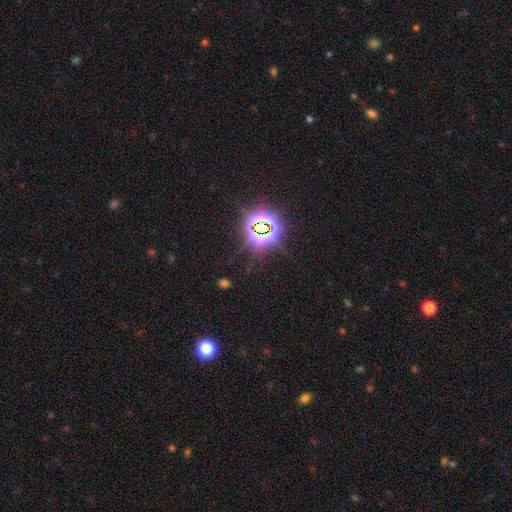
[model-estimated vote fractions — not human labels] A star or artifact, not a galaxy (79%).